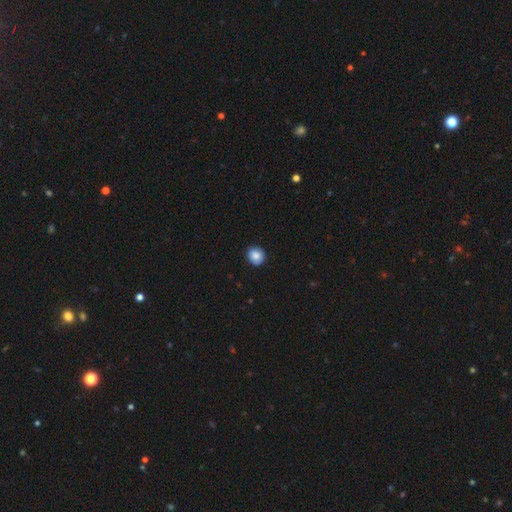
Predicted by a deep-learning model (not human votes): A smooth galaxy with no disk features (85%) that is round (85%).

Vote fractions:
- Smooth or featured? smooth: 85% / star or artifact: 9% / featured or disk: 6%
- How rounded? round: 85% / in between: 14% / cigar-shaped: 1%
- Merging? none: 87% / minor disturbance: 10% / major disturbance: 2% / merger: 1%